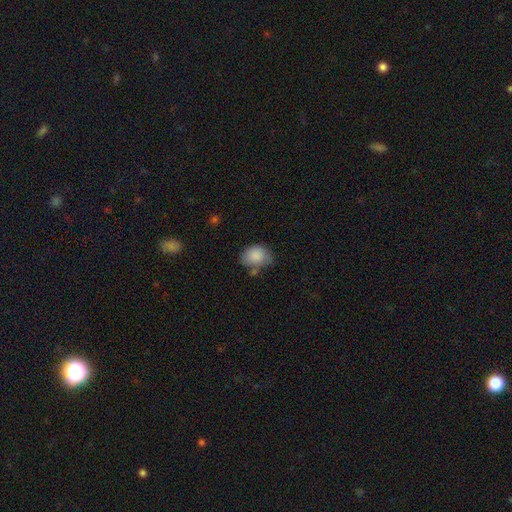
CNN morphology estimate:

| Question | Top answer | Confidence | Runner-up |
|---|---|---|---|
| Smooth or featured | smooth | 85% | star or artifact (7%) |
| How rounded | in between | 62% | round (37%) |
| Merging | none | 53% | minor disturbance (29%) |